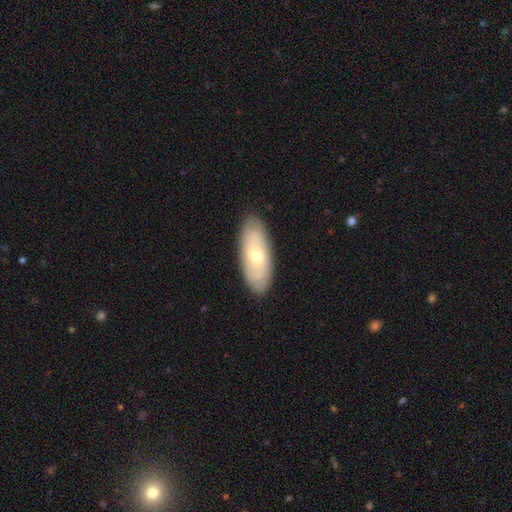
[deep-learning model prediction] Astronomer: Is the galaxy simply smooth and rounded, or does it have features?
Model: featured or disk — 48% (runner-up: smooth, 46%).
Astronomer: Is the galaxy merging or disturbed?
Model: none — 86%.